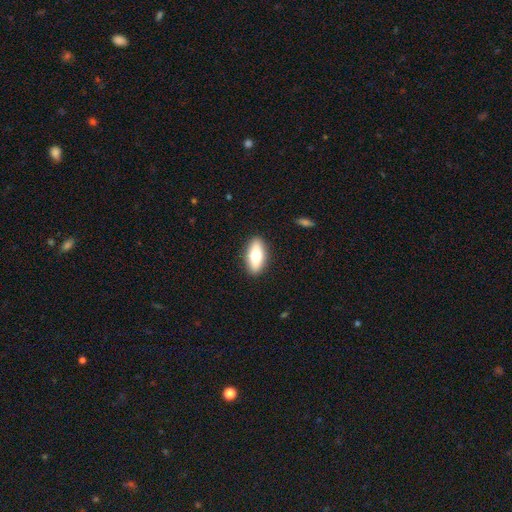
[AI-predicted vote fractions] smooth 68%, featured or disk 25%, star or artifact 6%. Down the decision tree: how rounded — in between (83%); merging — none (90%).